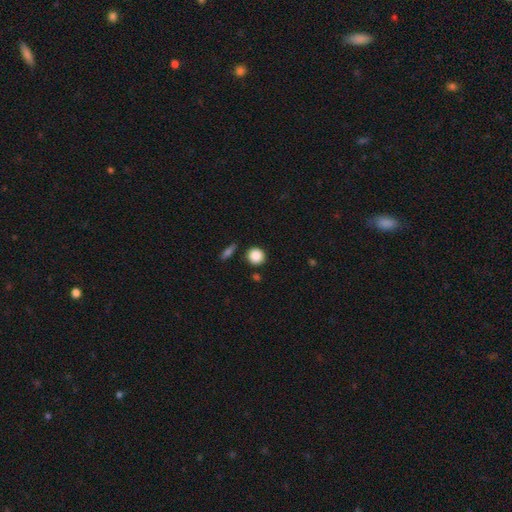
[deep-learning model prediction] smooth_or_featured: smooth (p=0.87) [alt: star or artifact p=0.09]
how_rounded: round (p=0.90) [alt: in between p=0.08]
merging: none (p=0.85) [alt: minor disturbance p=0.08]